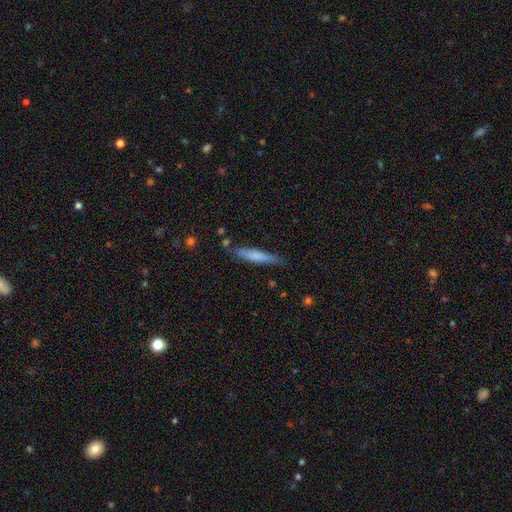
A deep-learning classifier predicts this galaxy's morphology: Smooth or featured? Predicted: smooth (p=0.70). How rounded? Predicted: cigar-shaped (p=0.89). Merging? Predicted: none (p=0.74).